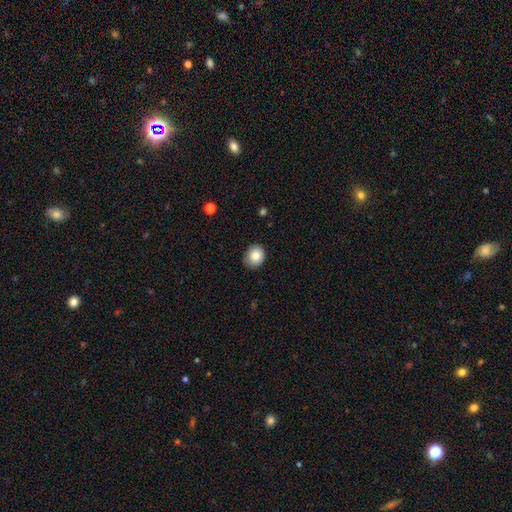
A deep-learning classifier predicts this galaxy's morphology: Q: Smooth or featured?
A: smooth (84%); runner-up: star or artifact (9%)
Q: How rounded?
A: round (70%); runner-up: in between (29%)
Q: Merging?
A: none (85%); runner-up: minor disturbance (12%)